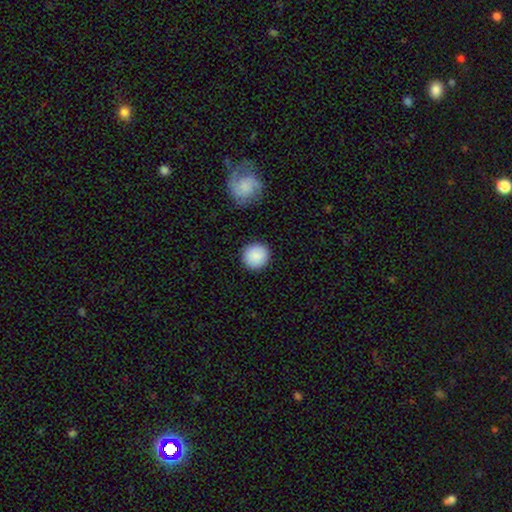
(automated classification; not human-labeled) Smooth or featured?
  - smooth: 89% *
  - star or artifact: 7%
  - featured or disk: 4%
How rounded?
  - round: 93% *
  - in between: 6%
  - cigar-shaped: 1%
Merging?
  - none: 91% *
  - minor disturbance: 6%
  - major disturbance: 2%
  - merger: 1%